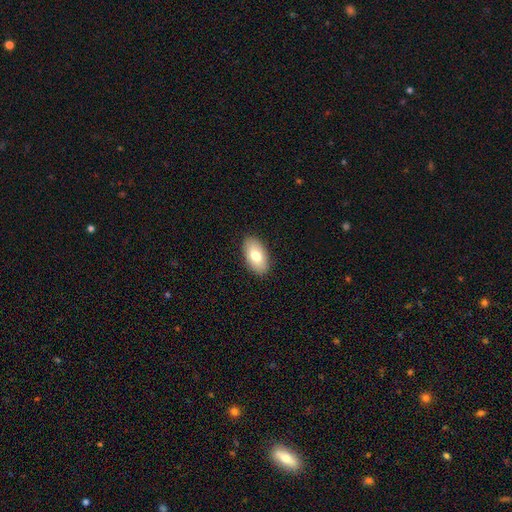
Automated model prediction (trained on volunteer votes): Smooth or featured? smooth (74%)
How rounded? in between (94%)
Merging? none (88%)